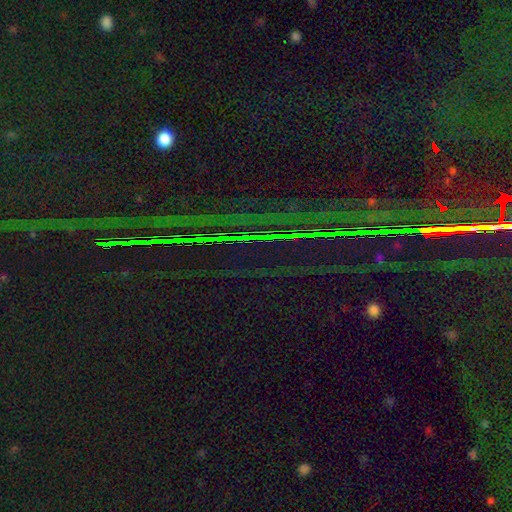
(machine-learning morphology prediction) Smooth or featured: star or artifact — 86% (featured or disk — 7%)